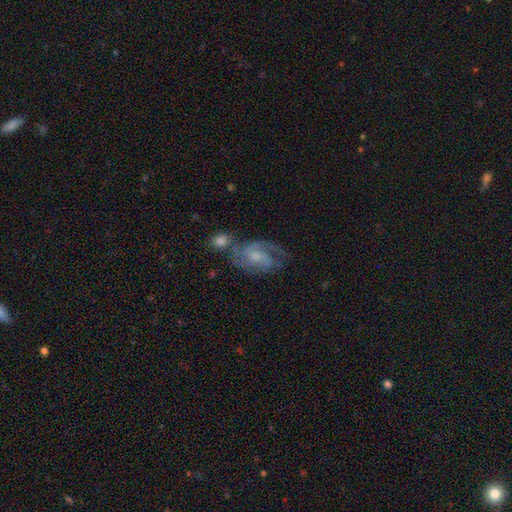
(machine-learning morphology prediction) Q: Smooth or featured?
A: featured or disk (78%); runner-up: smooth (15%)
Q: Edge-on disk?
A: no (97%); runner-up: yes (3%)
Q: Bar?
A: no (49%); runner-up: weak (43%)
Q: Spiral arms?
A: yes (93%); runner-up: no (7%)
Q: Spiral winding?
A: medium (51%); runner-up: tight (29%)
Q: Spiral arm count?
A: 2 (59%); runner-up: can't tell (16%)
Q: Bulge size?
A: small (52%); runner-up: moderate (31%)
Q: Merging?
A: none (50%); runner-up: minor disturbance (19%)